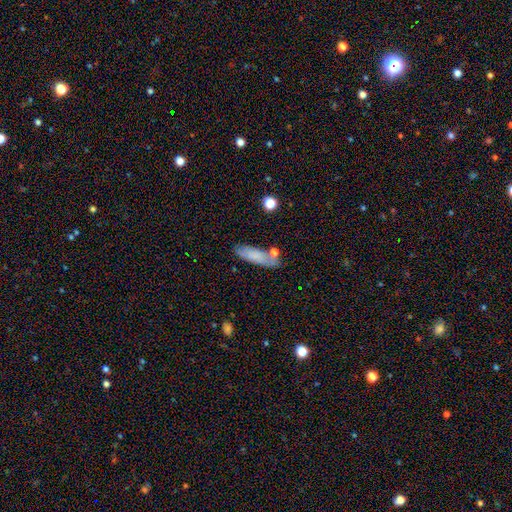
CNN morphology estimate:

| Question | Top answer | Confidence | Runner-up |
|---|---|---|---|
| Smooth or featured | smooth | 76% | featured or disk (16%) |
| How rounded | in between | 49% | tied: cigar-shaped (49%) |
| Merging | none | 70% | minor disturbance (17%) |